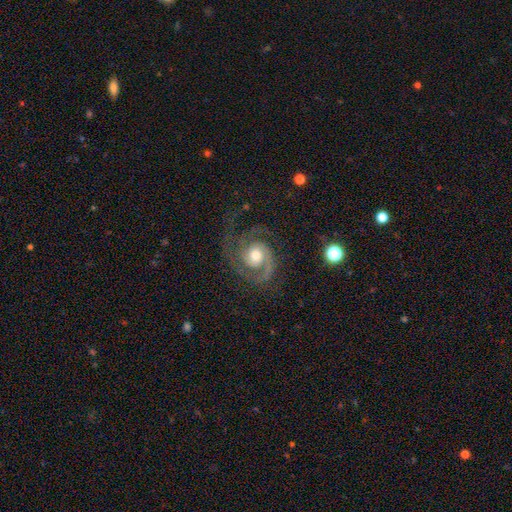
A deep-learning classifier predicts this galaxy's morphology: type=featured or disk (88%); edge-on=no (98%); bar=no (73%); spiral arms=yes (97%); winding=tight (45%); arm count=2 (57%); bulge=moderate (67%); merging=none (65%).